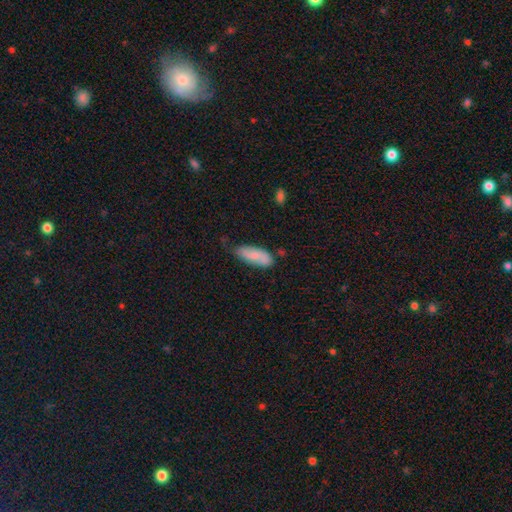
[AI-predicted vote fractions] Smooth or featured?
  - smooth: 71% *
  - featured or disk: 23%
  - star or artifact: 6%
How rounded?
  - in between: 76% *
  - cigar-shaped: 22%
  - round: 2%
Merging?
  - none: 57% *
  - minor disturbance: 33%
  - major disturbance: 6%
  - merger: 4%